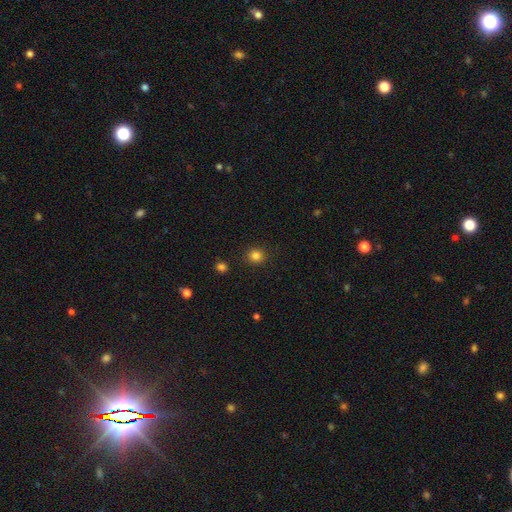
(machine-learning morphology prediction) smooth_or_featured: smooth (p=0.83) [alt: star or artifact p=0.13]
how_rounded: round (p=0.88) [alt: in between p=0.11]
merging: none (p=0.90) [alt: minor disturbance p=0.06]